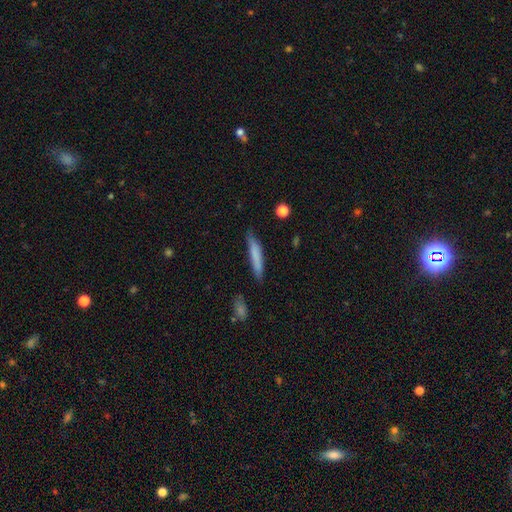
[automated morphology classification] A smooth galaxy with no disk features (76%) that is cigar-shaped (91%). Merging: none (78%).